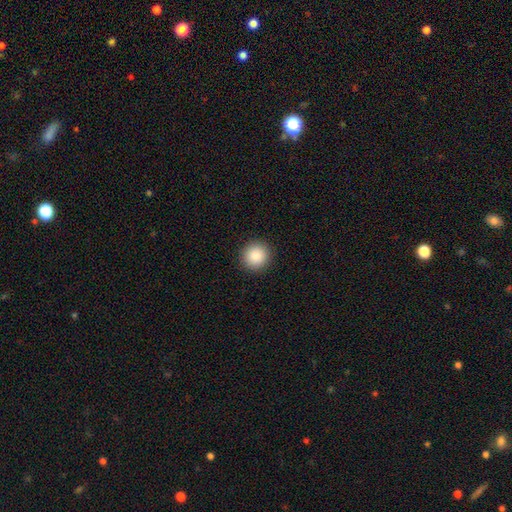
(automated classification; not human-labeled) Smooth or featured? smooth (88%)
How rounded? round (93%)
Merging? none (93%)